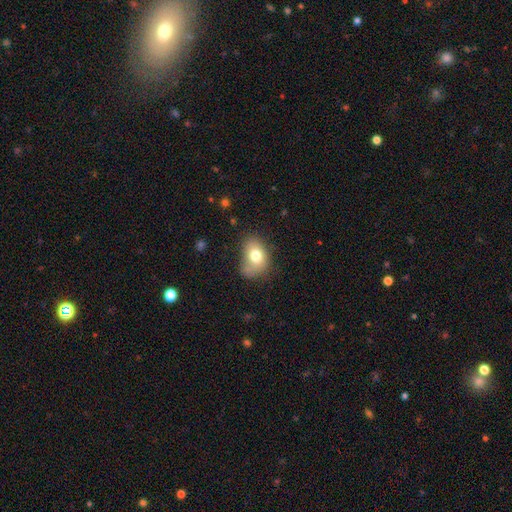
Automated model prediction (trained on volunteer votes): Overall: smooth (74%). How rounded: in between (73%). Merging: none (49%; minor disturbance 32%).